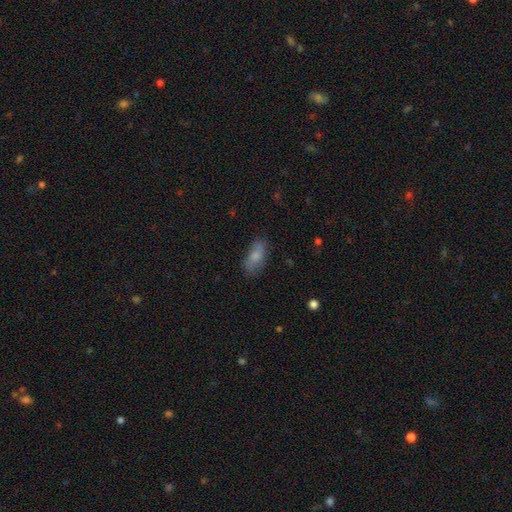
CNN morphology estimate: Smooth or featured? smooth (75%)
How rounded? in between (83%)
Merging? none (73%)